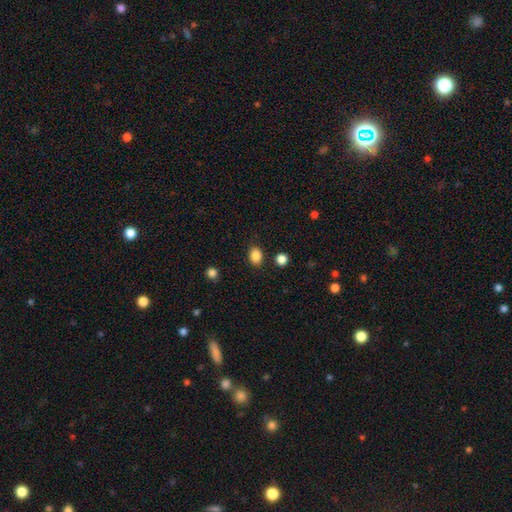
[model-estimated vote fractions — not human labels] Morphology: type=smooth (87%); roundness=in between (63%); merging=none (85%).